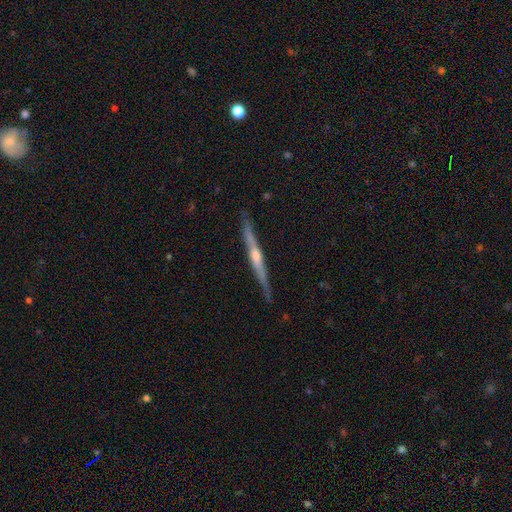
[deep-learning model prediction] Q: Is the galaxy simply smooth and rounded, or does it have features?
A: featured or disk — 80%.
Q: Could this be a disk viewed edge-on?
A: yes — 98%.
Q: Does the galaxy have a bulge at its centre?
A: rounded — 74%.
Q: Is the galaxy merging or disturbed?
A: none — 87%.